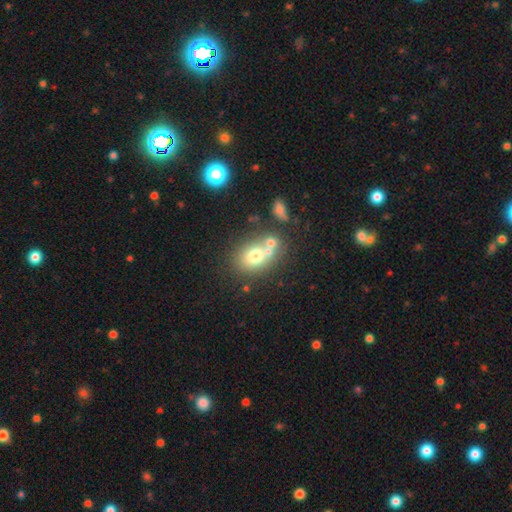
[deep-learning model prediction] Q: Smooth or featured?
A: smooth (67%); runner-up: featured or disk (20%)
Q: How rounded?
A: in between (56%); runner-up: round (43%)
Q: Merging?
A: none (44%); runner-up: merger (39%)